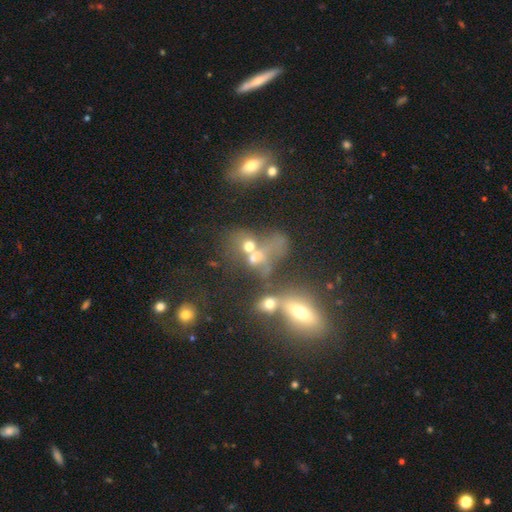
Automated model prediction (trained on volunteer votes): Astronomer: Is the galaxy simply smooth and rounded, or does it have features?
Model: smooth — 51% (runner-up: featured or disk, 26%).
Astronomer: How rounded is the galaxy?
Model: in between — 56% (runner-up: round, 38%).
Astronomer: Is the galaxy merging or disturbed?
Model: merger — 53%.